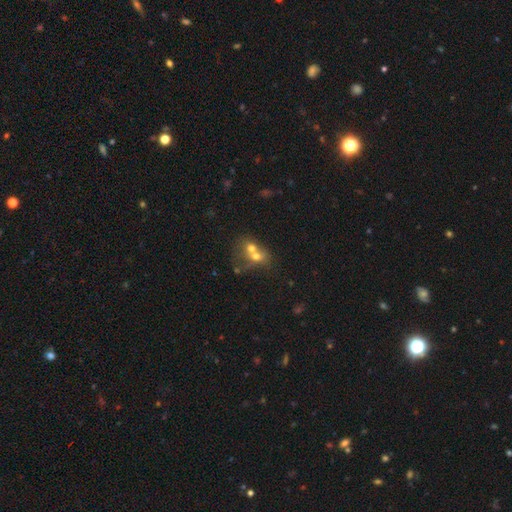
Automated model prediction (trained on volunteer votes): This is possibly a smooth galaxy (58%). How rounded: possibly round (56%). Merging: likely merger (71%).